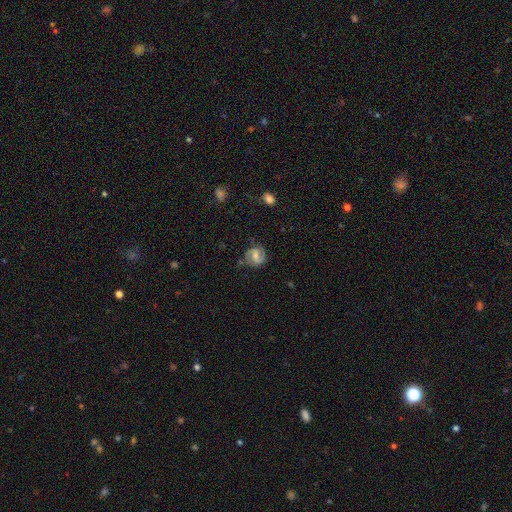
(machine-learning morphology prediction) The model was most divided on "bulge size": moderate: 44%, small: 37%, none: 12%, large: 6%, dominant: 1%. More confident: edge-on disk — no (97%); spiral arms — yes (86%); merging — none (67%); smooth or featured — featured or disk (60%); bar — weak (51%).